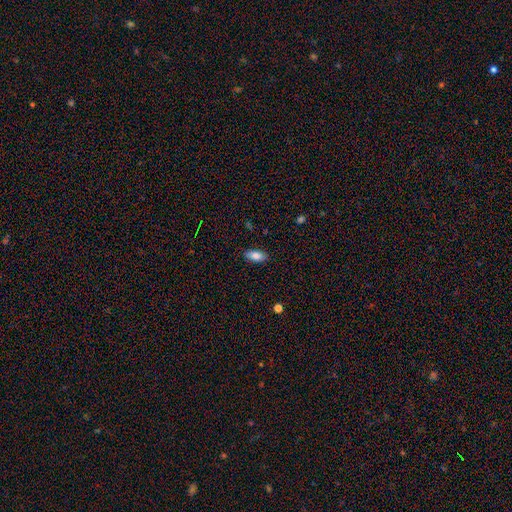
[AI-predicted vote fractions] Smooth or featured?
  - smooth: 82% *
  - featured or disk: 11%
  - star or artifact: 7%
How rounded?
  - in between: 89% *
  - cigar-shaped: 8%
  - round: 3%
Merging?
  - none: 87% *
  - minor disturbance: 10%
  - major disturbance: 2%
  - merger: 1%